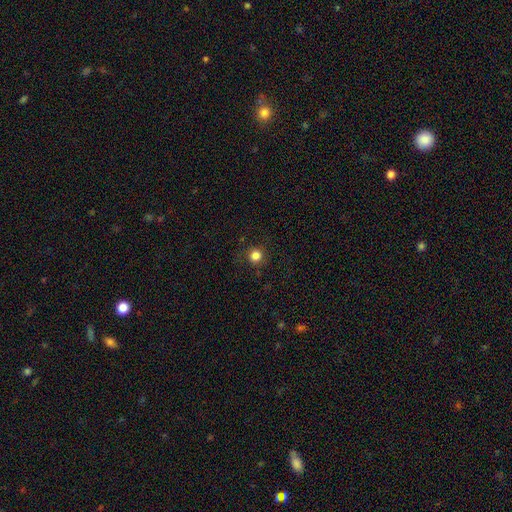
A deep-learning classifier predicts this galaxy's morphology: Smooth or featured? Predicted: smooth (p=0.83). How rounded? Predicted: round (p=0.94). Merging? Predicted: none (p=0.89).